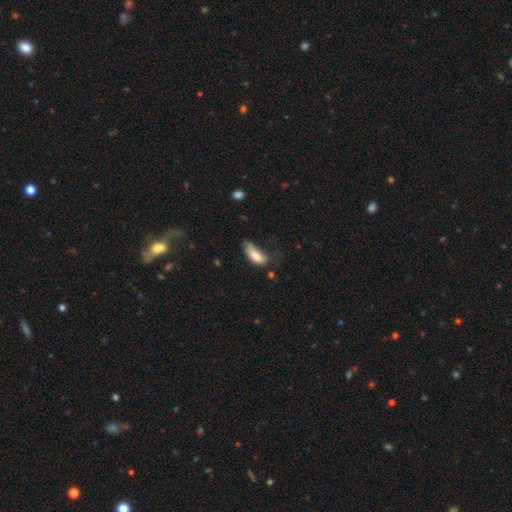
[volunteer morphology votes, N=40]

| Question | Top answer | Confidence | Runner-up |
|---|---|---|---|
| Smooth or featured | smooth | 82% | featured or disk (18%) |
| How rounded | in between | 76% | cigar-shaped (21%) |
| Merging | minor disturbance | 60% | none (20%) |